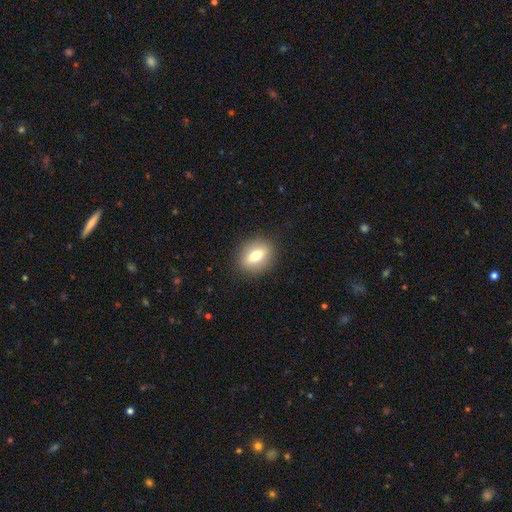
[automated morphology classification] Smooth or featured? Predicted: smooth (p=0.67). How rounded? Predicted: in between (p=0.61). Merging? Predicted: none (p=0.88).